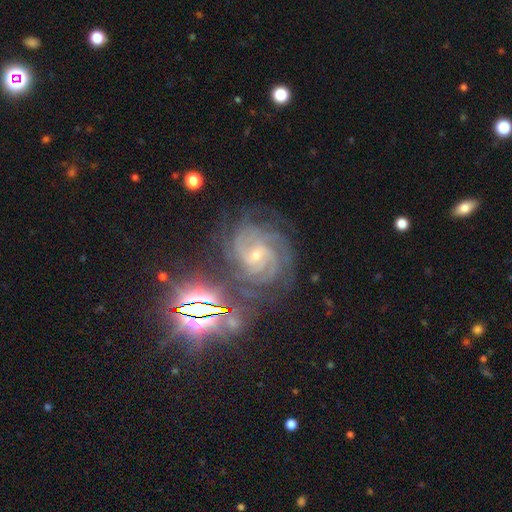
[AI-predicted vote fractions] Smooth or featured? Predicted: featured or disk (p=0.82). Edge-on disk? Predicted: no (p=0.98). Bar? Predicted: no (p=0.51). Spiral arms? Predicted: yes (p=0.98). Spiral winding? Predicted: tight (p=0.70). Spiral arm count? Predicted: 3 (p=0.26). Bulge size? Predicted: small (p=0.70). Merging? Predicted: none (p=0.72).